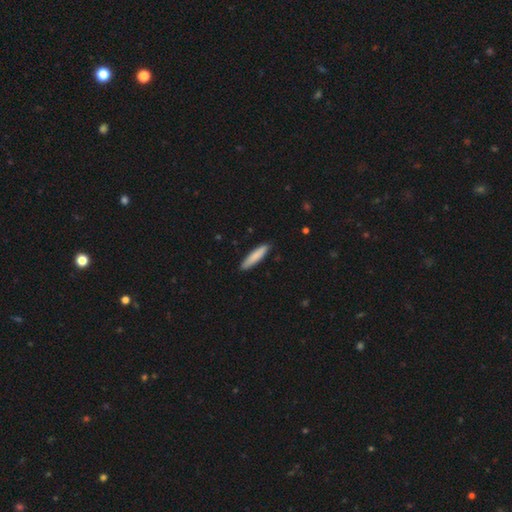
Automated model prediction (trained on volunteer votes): Smooth or featured? Predicted: smooth (p=0.83). How rounded? Predicted: cigar-shaped (p=0.86). Merging? Predicted: none (p=0.88).